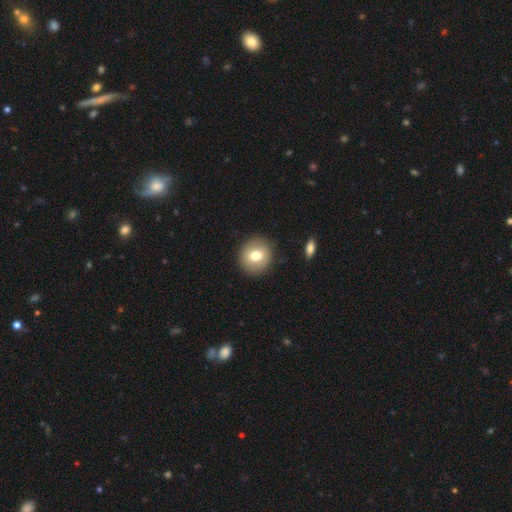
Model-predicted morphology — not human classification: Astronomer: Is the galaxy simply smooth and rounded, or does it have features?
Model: smooth — 72%.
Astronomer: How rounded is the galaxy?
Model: round — 88%.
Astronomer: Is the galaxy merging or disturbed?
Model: none — 89%.